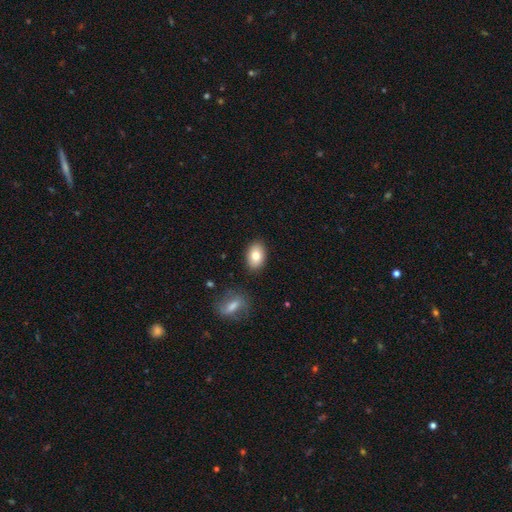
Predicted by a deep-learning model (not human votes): Smooth or featured?
  - smooth: 79% *
  - featured or disk: 13%
  - star or artifact: 8%
How rounded?
  - in between: 86% *
  - round: 13%
  - cigar-shaped: 1%
Merging?
  - none: 86% *
  - minor disturbance: 9%
  - merger: 3%
  - major disturbance: 2%